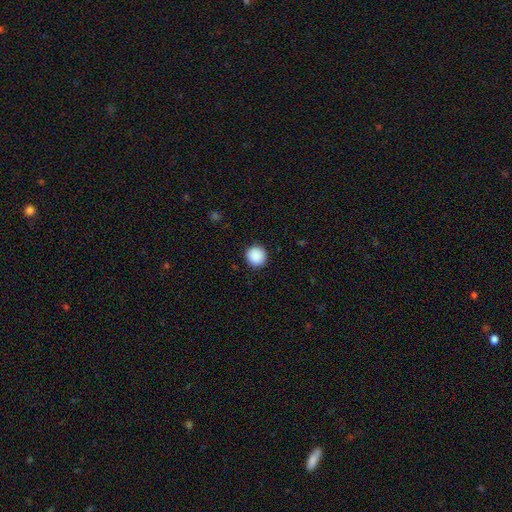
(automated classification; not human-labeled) smooth_or_featured: smooth (p=0.90) [alt: star or artifact p=0.08]
how_rounded: round (p=0.94) [alt: in between p=0.05]
merging: none (p=0.92) [alt: minor disturbance p=0.05]